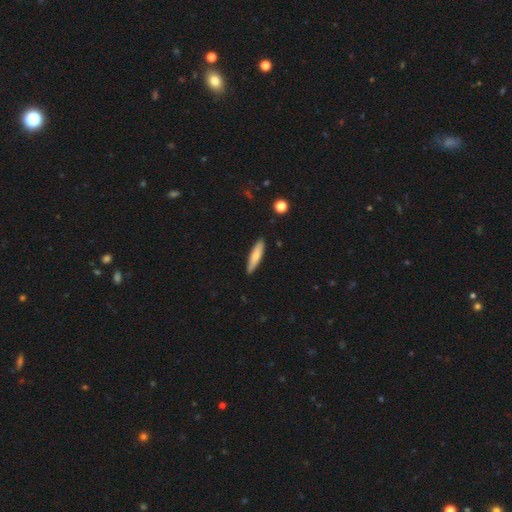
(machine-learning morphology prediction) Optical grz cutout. It shows a smooth galaxy with no disk features (73%) that is cigar-shaped (80%). Merging: none (88%).